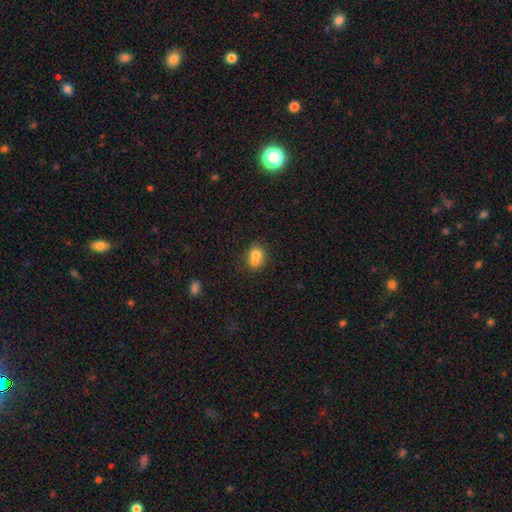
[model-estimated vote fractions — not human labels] smooth_or_featured: smooth (p=0.73) [alt: featured or disk p=0.16]
how_rounded: round (p=0.58) [alt: in between p=0.41]
merging: merger (p=0.44) [alt: none p=0.40]